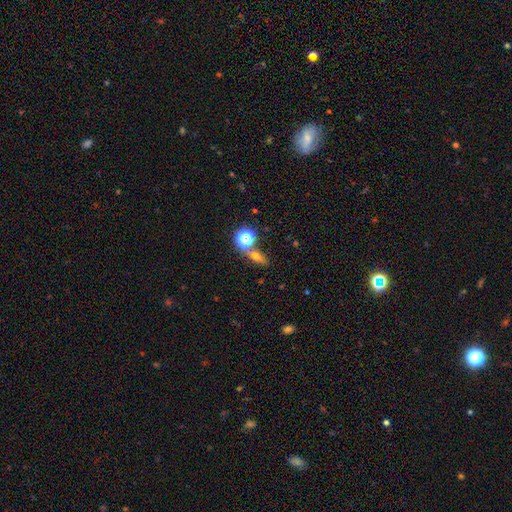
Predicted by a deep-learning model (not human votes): Smooth or featured? Predicted: smooth (p=0.52). How rounded? Predicted: in between (p=0.47). Merging? Predicted: none (p=0.71).